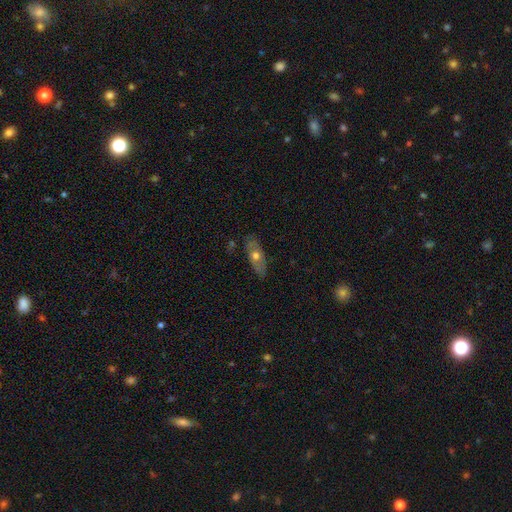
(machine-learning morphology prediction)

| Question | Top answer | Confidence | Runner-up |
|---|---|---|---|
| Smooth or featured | featured or disk | 48% | smooth (45%) |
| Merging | none | 82% | minor disturbance (14%) |